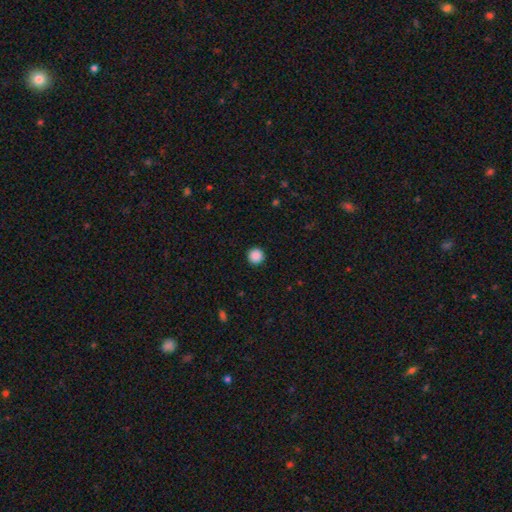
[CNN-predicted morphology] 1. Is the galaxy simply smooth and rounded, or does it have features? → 88% smooth, 10% star or artifact, 2% featured or disk.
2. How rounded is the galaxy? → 96% round, 3% in between, 1% cigar-shaped.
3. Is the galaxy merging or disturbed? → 93% none, 4% minor disturbance, 2% major disturbance, 1% merger.